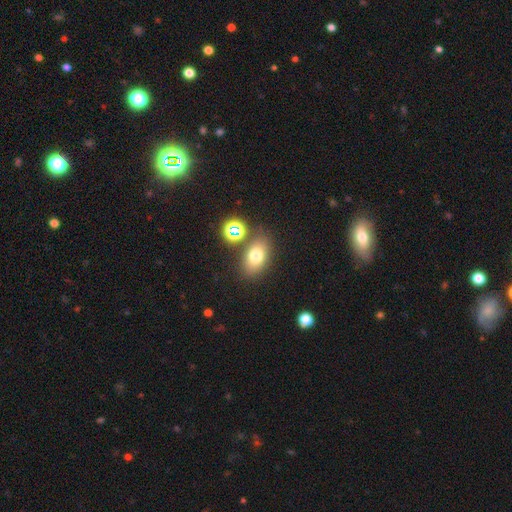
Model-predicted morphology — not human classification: This appears to be a smooth galaxy with no disk features (73%) that is in between round and cigar-shaped (82%). Merging: none (78%).